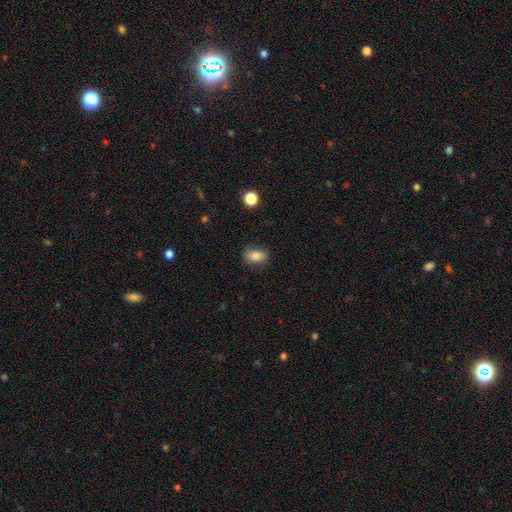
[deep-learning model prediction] smooth-or-featured: smooth: 80% | featured or disk: 11% | star or artifact: 9%
  how-rounded: in between: 85% | round: 12% | cigar-shaped: 3%
  merging: none: 80% | minor disturbance: 15% | major disturbance: 3% | merger: 1%